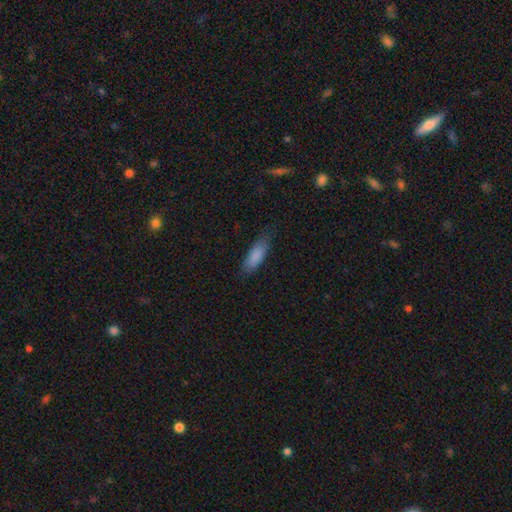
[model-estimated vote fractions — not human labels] Smooth or featured? smooth (85%)
How rounded? in between (63%)
Merging? none (75%)